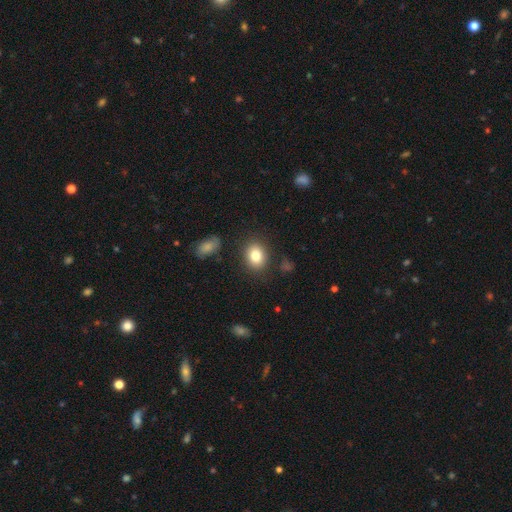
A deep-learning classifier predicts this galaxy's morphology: smooth-or-featured: smooth: 82% | star or artifact: 9% | featured or disk: 8%
  how-rounded: in between: 55% | round: 44% | cigar-shaped: 1%
  merging: none: 85% | minor disturbance: 10% | major disturbance: 3% | merger: 2%